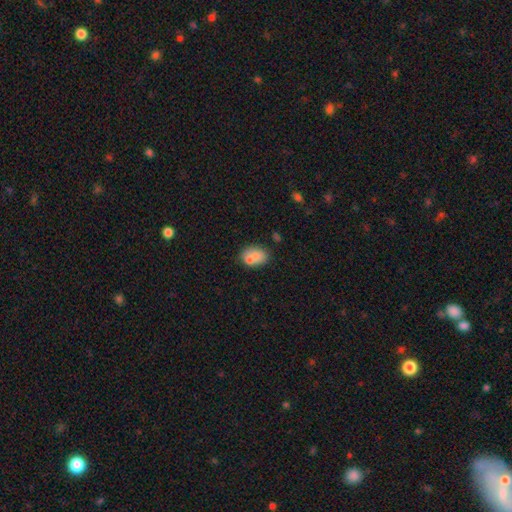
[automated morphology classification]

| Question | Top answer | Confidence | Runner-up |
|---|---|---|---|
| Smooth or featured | smooth | 74% | featured or disk (18%) |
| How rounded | in between | 74% | round (24%) |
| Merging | none | 52% | merger (29%) |